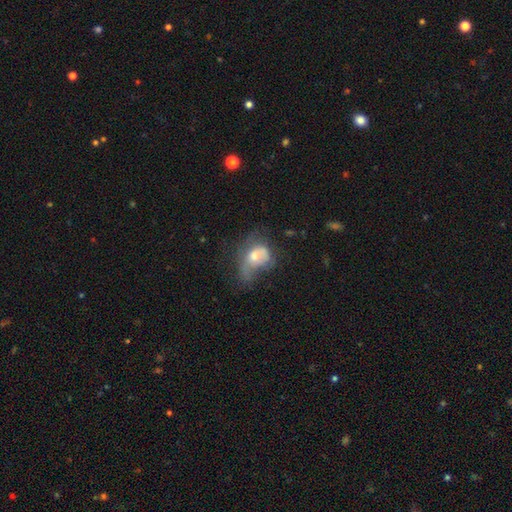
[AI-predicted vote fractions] This is possibly a smooth galaxy (54%). How rounded: likely in between (66%). Merging: possibly major disturbance (46%).